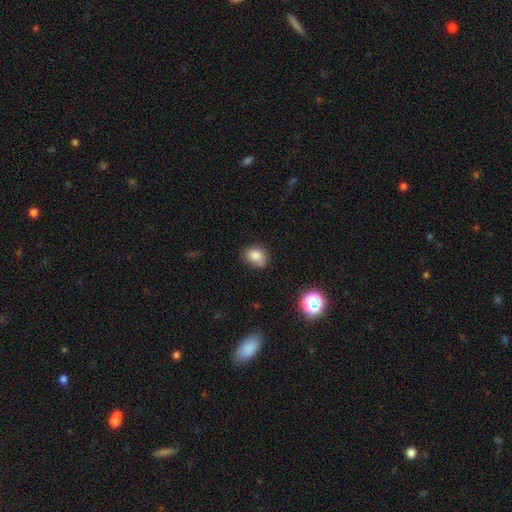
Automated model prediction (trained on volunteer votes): Overall: smooth (82%). How rounded: round (51%; in between 48%). Merging: none (66%).